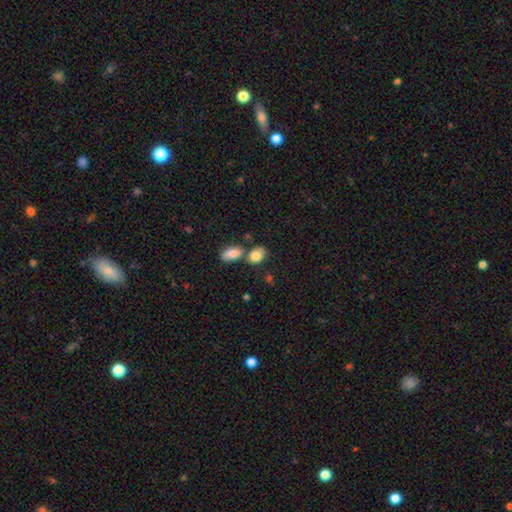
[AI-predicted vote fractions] smooth_or_featured: smooth (p=0.83) [alt: featured or disk p=0.09]
how_rounded: in between (p=0.76) [alt: round p=0.22]
merging: none (p=0.48) [alt: merger p=0.33]